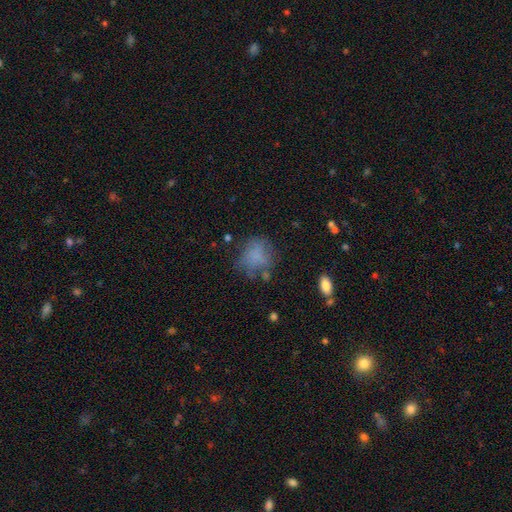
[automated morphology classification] This is likely a smooth galaxy (64%). How rounded: likely round (63%). Merging: possibly none (51%).